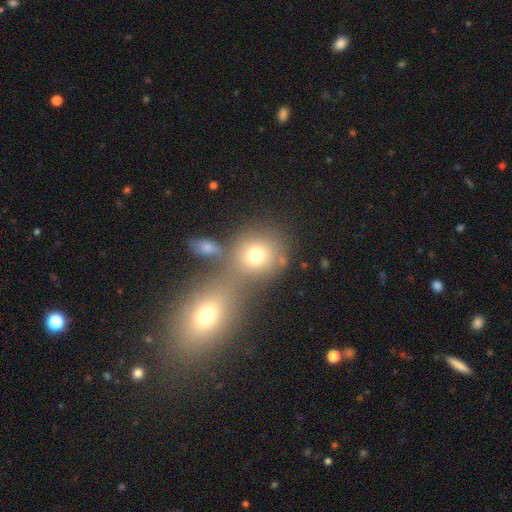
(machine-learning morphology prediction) Smooth or featured: smooth — 73% (featured or disk — 13%)
How rounded: round — 79% (in between — 20%)
Merging: none — 46% (merger — 42%)